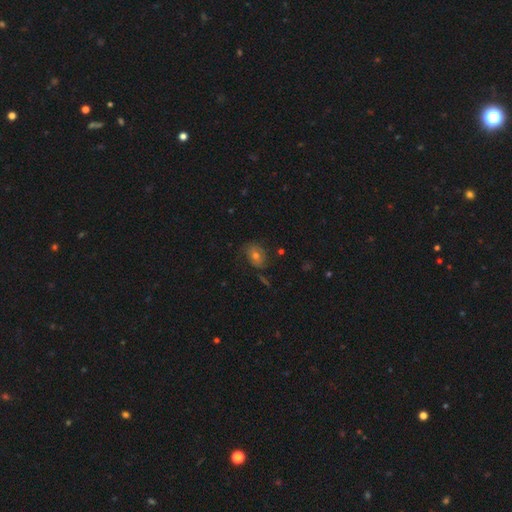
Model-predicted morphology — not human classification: Smooth or featured: smooth — 50% (featured or disk — 31%)
Merging: none — 70% (minor disturbance — 19%)